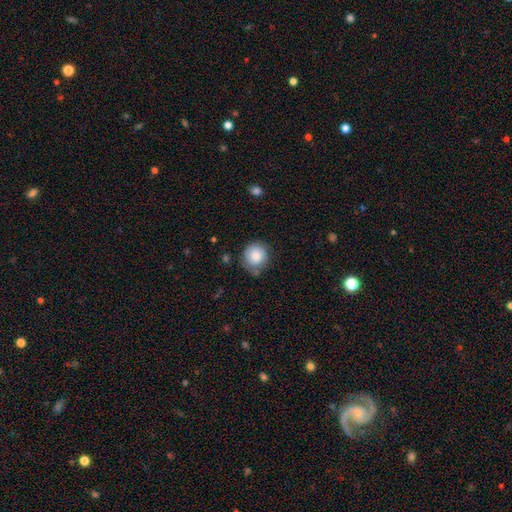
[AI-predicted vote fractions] smooth-or-featured: smooth: 79% | featured or disk: 13% | star or artifact: 8%
  how-rounded: round: 87% | in between: 12% | cigar-shaped: 1%
  merging: none: 69% | minor disturbance: 22% | major disturbance: 5% | merger: 3%